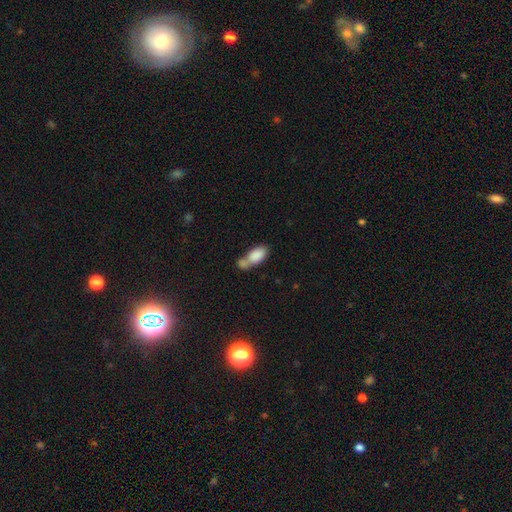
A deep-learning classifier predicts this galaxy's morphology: Smooth or featured? Predicted: smooth (p=0.84). How rounded? Predicted: in between (p=0.90). Merging? Predicted: merger (p=0.54).